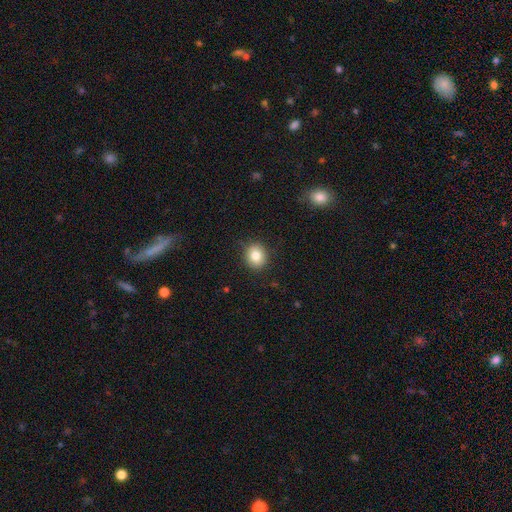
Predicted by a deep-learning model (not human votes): Q: Smooth or featured?
A: smooth (82%); runner-up: star or artifact (10%)
Q: How rounded?
A: round (77%); runner-up: in between (22%)
Q: Merging?
A: none (89%); runner-up: minor disturbance (7%)